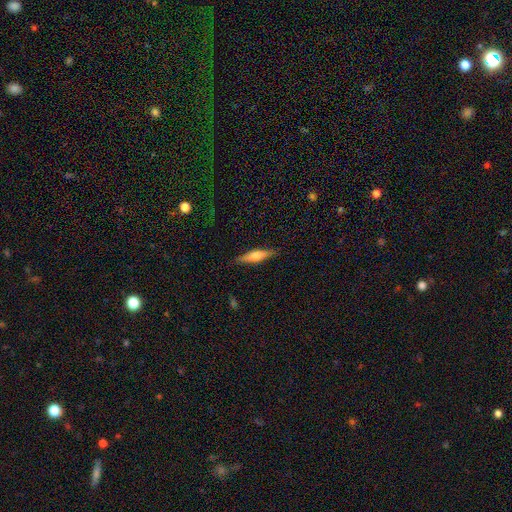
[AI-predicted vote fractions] Smooth or featured? smooth (54%)
How rounded? cigar-shaped (74%)
Merging? none (86%)